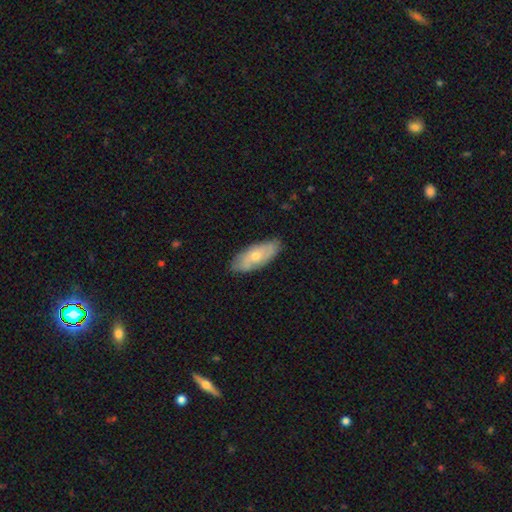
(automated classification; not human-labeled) smooth_or_featured: smooth (p=0.52) [alt: featured or disk p=0.42]
how_rounded: in between (p=0.79) [alt: cigar-shaped p=0.18]
merging: none (p=0.82) [alt: minor disturbance p=0.14]